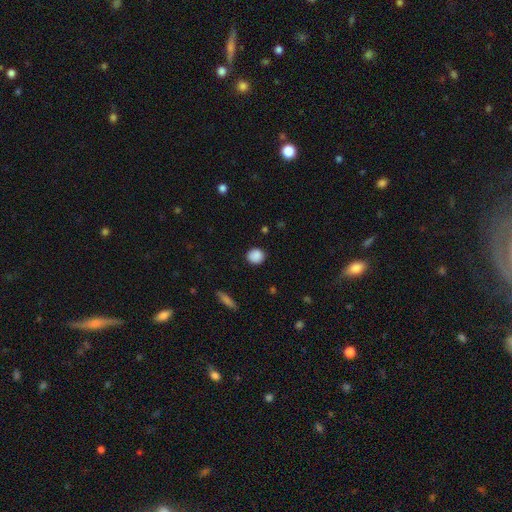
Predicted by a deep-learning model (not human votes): Smooth or featured?
  - smooth: 88% *
  - star or artifact: 9%
  - featured or disk: 3%
How rounded?
  - round: 87% *
  - in between: 12%
  - cigar-shaped: 1%
Merging?
  - none: 89% *
  - minor disturbance: 8%
  - major disturbance: 2%
  - merger: 1%